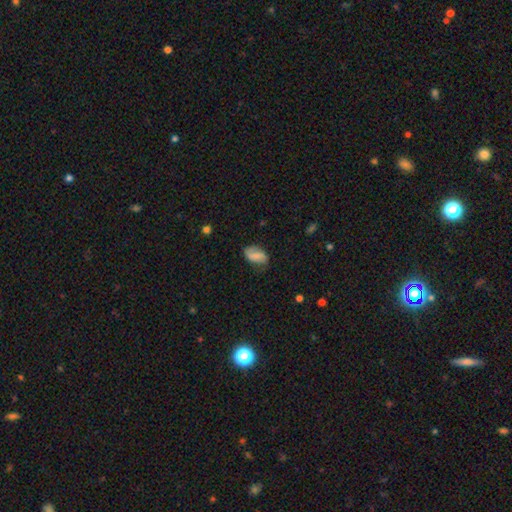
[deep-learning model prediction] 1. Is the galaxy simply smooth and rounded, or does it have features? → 63% smooth, 29% featured or disk, 8% star or artifact.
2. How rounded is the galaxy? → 90% in between, 7% round, 2% cigar-shaped.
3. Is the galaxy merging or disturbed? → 64% none, 26% minor disturbance, 8% major disturbance, 2% merger.